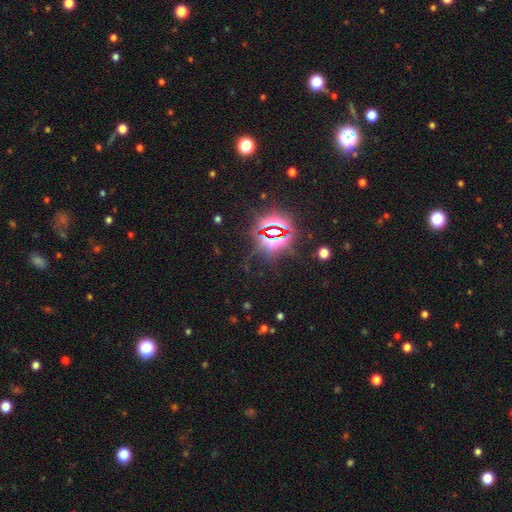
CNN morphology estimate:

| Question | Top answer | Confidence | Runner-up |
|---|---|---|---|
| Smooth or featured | star or artifact | 82% | smooth (11%) |